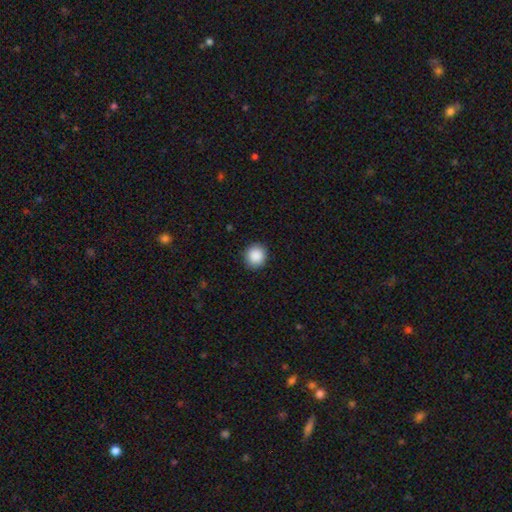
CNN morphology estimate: Smooth or featured?
  - smooth: 89% *
  - star or artifact: 8%
  - featured or disk: 3%
How rounded?
  - round: 89% *
  - in between: 10%
  - cigar-shaped: 1%
Merging?
  - none: 91% *
  - minor disturbance: 7%
  - major disturbance: 2%
  - merger: 1%